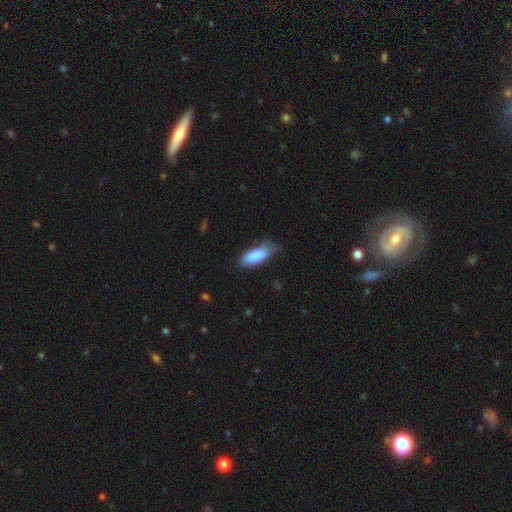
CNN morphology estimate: Smooth or featured? Predicted: smooth (p=0.88). How rounded? Predicted: in between (p=0.80). Merging? Predicted: none (p=0.56).